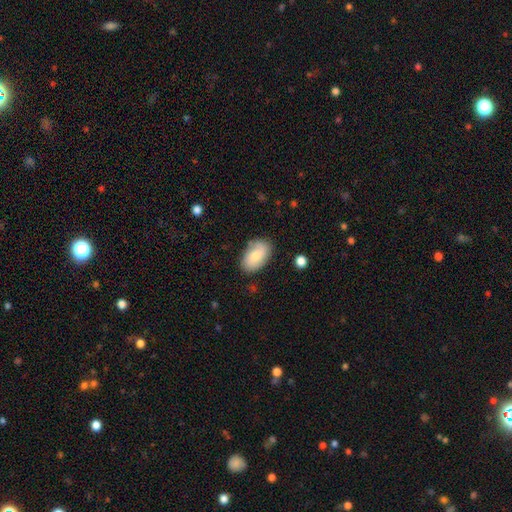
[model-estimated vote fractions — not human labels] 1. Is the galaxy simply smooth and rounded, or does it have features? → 75% smooth, 19% featured or disk, 6% star or artifact.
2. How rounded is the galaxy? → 92% in between, 6% round, 1% cigar-shaped.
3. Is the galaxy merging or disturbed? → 80% none, 15% minor disturbance, 3% major disturbance, 2% merger.